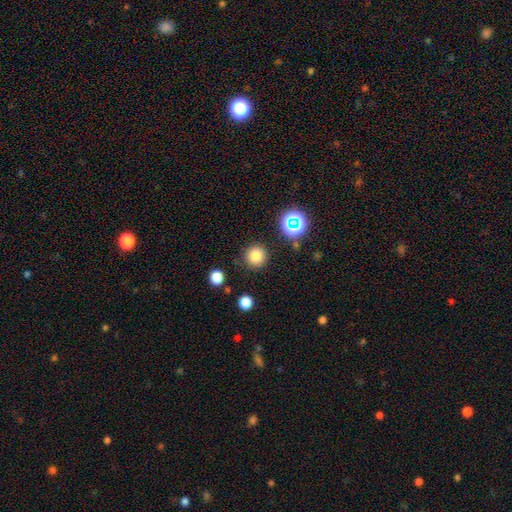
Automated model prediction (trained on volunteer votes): The model was most divided on "smooth or featured": smooth: 79%, star or artifact: 15%, featured or disk: 6%. More confident: how rounded — round (95%); merging — none (87%).